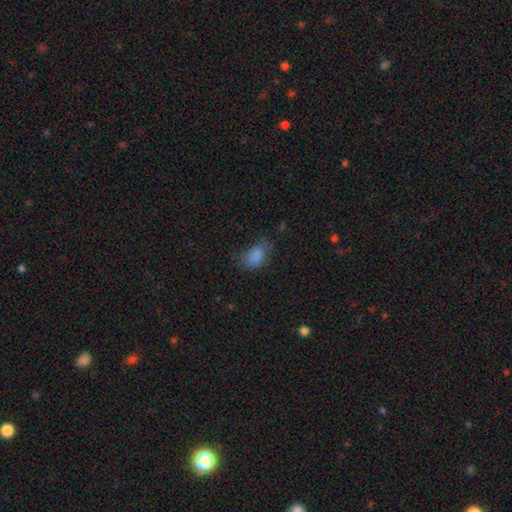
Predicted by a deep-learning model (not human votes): This is clearly a smooth galaxy (82%). How rounded: clearly in between (85%). Merging: possibly none (56%).